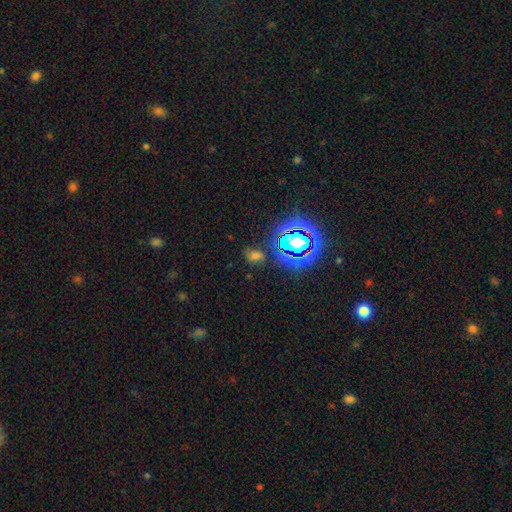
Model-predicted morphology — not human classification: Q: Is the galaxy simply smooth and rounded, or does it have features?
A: smooth — 49%.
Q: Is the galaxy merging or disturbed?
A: none — 71%.